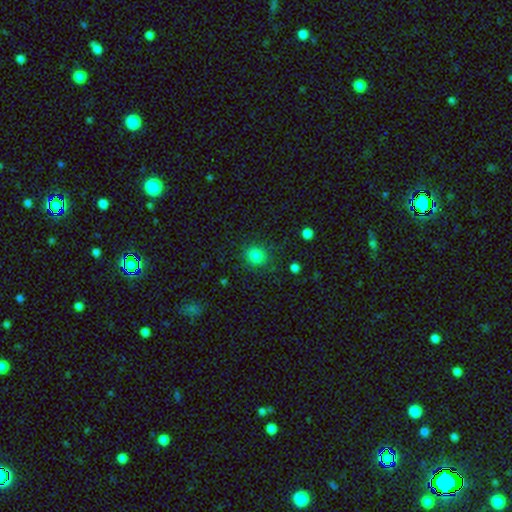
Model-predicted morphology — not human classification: smooth_or_featured: smooth (p=0.84) [alt: star or artifact p=0.12]
how_rounded: round (p=0.83) [alt: in between p=0.16]
merging: none (p=0.85) [alt: minor disturbance p=0.10]